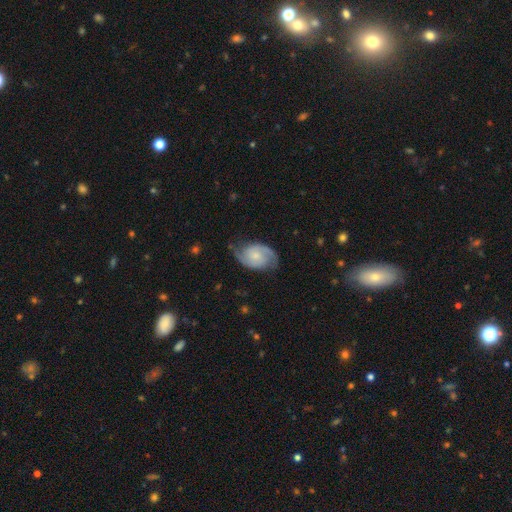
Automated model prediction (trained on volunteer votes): Smooth or featured? featured or disk (83%)
Edge-on disk? no (97%)
Bar? no (63%)
Spiral arms? yes (96%)
Spiral winding? medium (51%)
Spiral arm count? 2 (91%)
Bulge size? small (53%)
Merging? none (74%)